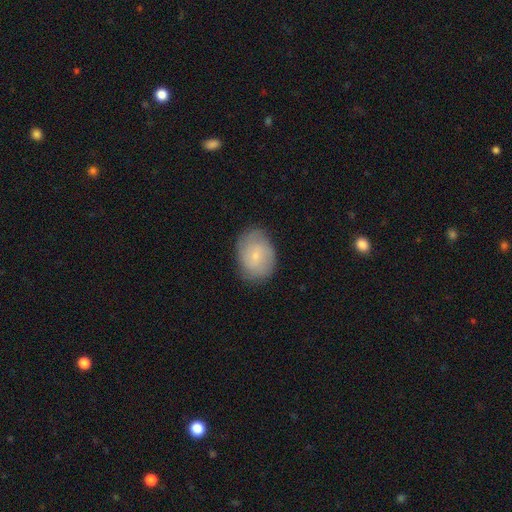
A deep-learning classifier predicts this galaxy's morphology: A smooth galaxy with no disk features (52%) that is in between round and cigar-shaped (72%).

Vote fractions:
- Smooth or featured? smooth: 52% / featured or disk: 41% / star or artifact: 8%
- How rounded? in between: 72% / round: 27% / cigar-shaped: 1%
- Merging? none: 79% / minor disturbance: 16% / major disturbance: 4% / merger: 1%